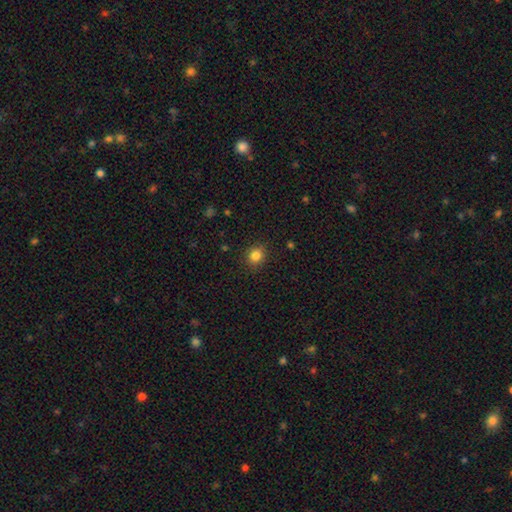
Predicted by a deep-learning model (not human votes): Overall: smooth (84%). How rounded: round (81%). Merging: none (90%).